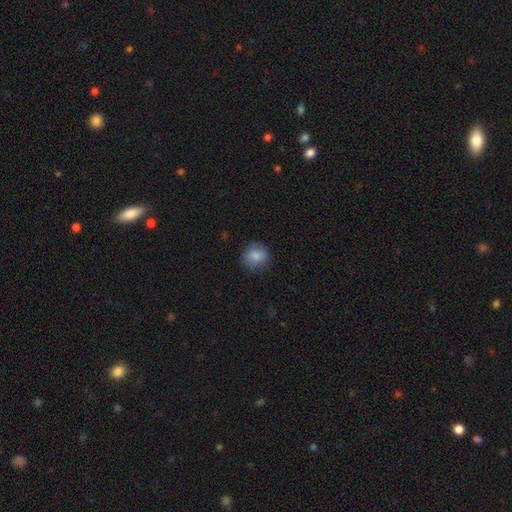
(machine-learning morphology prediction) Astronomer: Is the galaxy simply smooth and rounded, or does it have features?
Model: smooth — 84%.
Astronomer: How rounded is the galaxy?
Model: round — 82%.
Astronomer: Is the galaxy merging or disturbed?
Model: none — 81%.